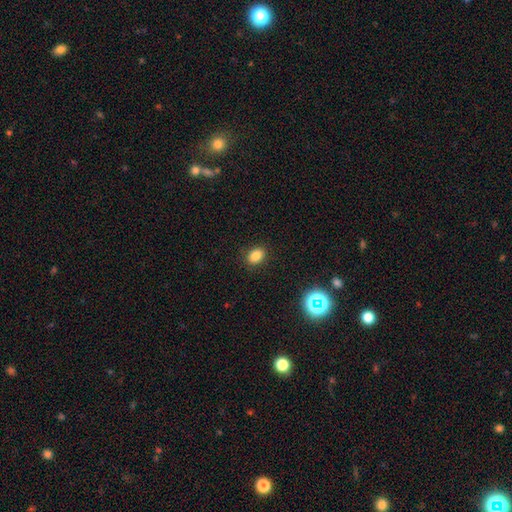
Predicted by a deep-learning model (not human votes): Morphology: type=smooth (82%); roundness=in between (71%); merging=none (88%).